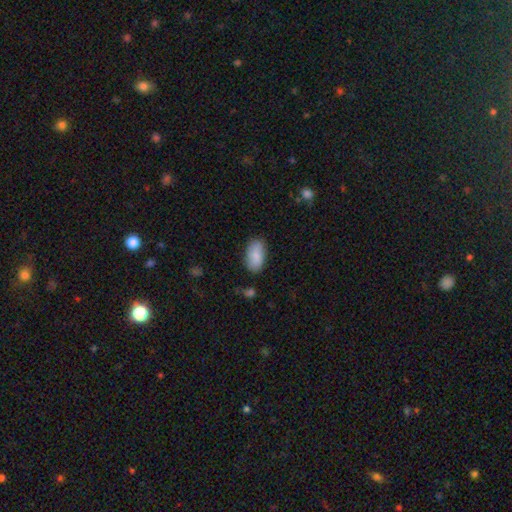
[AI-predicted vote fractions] A smooth galaxy with no disk features (85%) that is in between round and cigar-shaped (94%).

Vote fractions:
- Smooth or featured? smooth: 85% / featured or disk: 8% / star or artifact: 6%
- How rounded? in between: 94% / cigar-shaped: 3% / round: 3%
- Merging? none: 80% / minor disturbance: 15% / major disturbance: 3% / merger: 2%